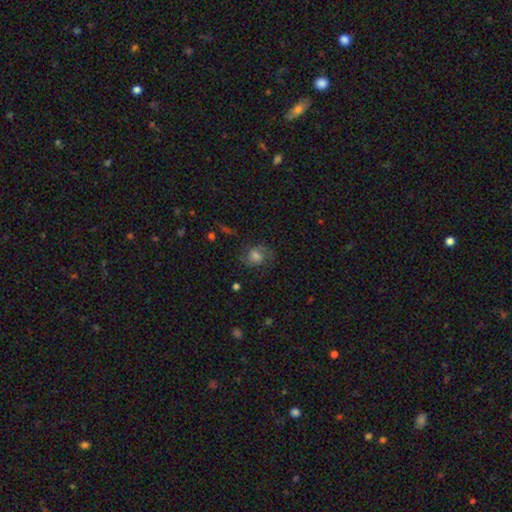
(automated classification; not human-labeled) smooth_or_featured: featured or disk (p=0.42) [tied with: smooth p=0.42]
merging: none (p=0.67) [alt: minor disturbance p=0.19]